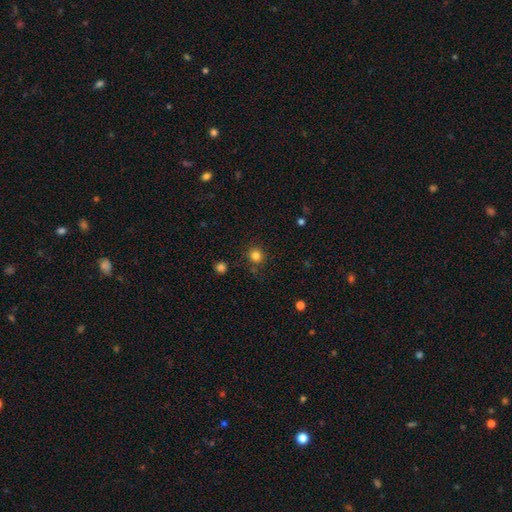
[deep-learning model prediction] smooth_or_featured: smooth (p=0.83) [alt: star or artifact p=0.13]
how_rounded: round (p=0.92) [alt: in between p=0.07]
merging: none (p=0.85) [alt: minor disturbance p=0.09]